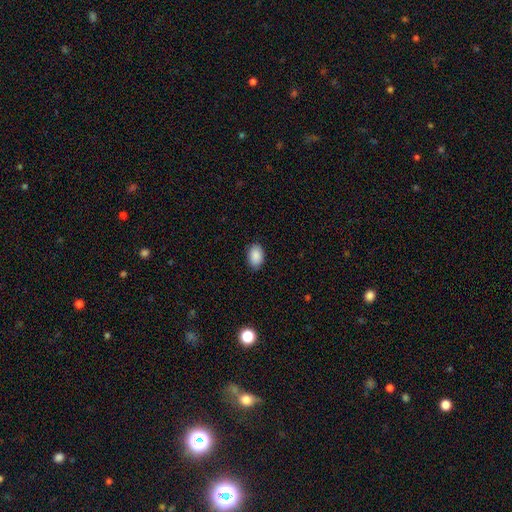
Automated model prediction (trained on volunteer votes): Smooth or featured?
  - smooth: 90% *
  - star or artifact: 7%
  - featured or disk: 3%
How rounded?
  - in between: 88% *
  - round: 11%
  - cigar-shaped: 1%
Merging?
  - none: 86% *
  - minor disturbance: 11%
  - major disturbance: 2%
  - merger: 1%